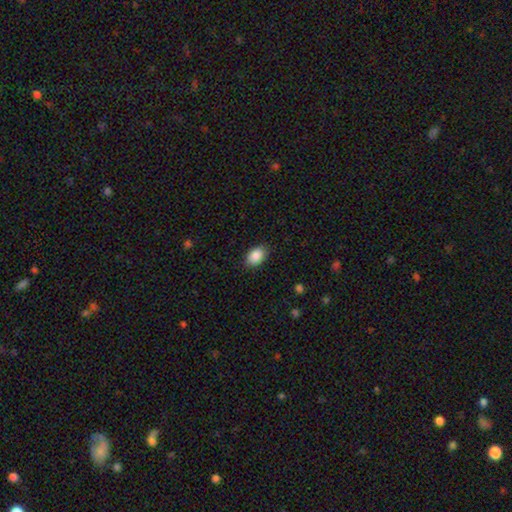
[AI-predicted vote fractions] smooth-or-featured: smooth: 88% | star or artifact: 7% | featured or disk: 4%
  how-rounded: in between: 88% | round: 11% | cigar-shaped: 1%
  merging: none: 87% | minor disturbance: 10% | major disturbance: 2% | merger: 1%